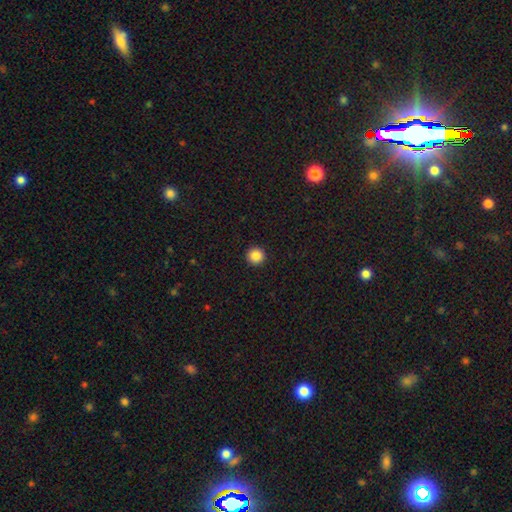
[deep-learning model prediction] This appears to be a smooth galaxy with no disk features (87%) that is round (96%). Merging: none (94%).